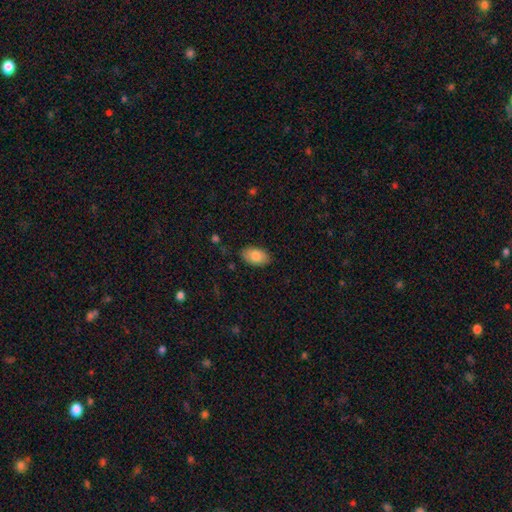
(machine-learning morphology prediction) A smooth galaxy with no disk features (83%) that is in between round and cigar-shaped (93%).

Vote fractions:
- Smooth or featured? smooth: 83% / featured or disk: 11% / star or artifact: 7%
- How rounded? in between: 93% / round: 6% / cigar-shaped: 1%
- Merging? none: 83% / minor disturbance: 13% / major disturbance: 3% / merger: 1%